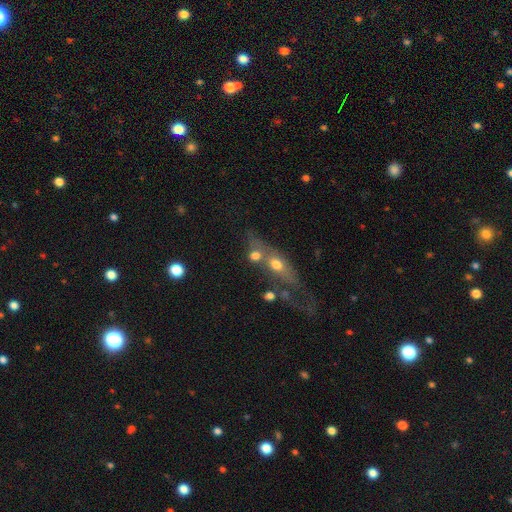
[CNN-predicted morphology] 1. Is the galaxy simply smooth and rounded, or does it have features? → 60% smooth, 26% featured or disk, 14% star or artifact.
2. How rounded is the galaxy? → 48% round, 36% in between, 15% cigar-shaped.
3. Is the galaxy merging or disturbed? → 50% merger, 32% none, 10% minor disturbance, 8% major disturbance.